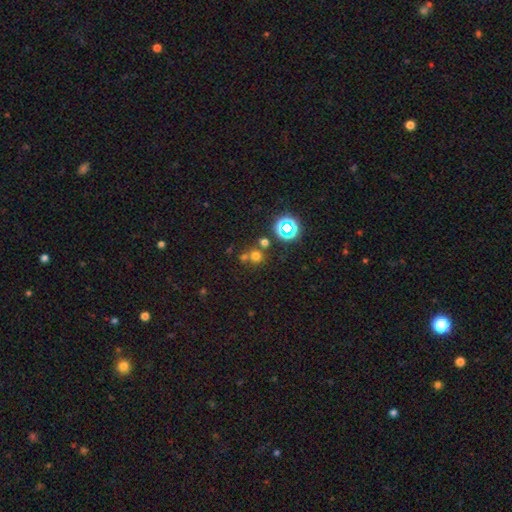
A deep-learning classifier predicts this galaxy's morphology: Overall: smooth (61%; star or artifact 30%). How rounded: round (89%). Merging: none (63%; merger 26%).